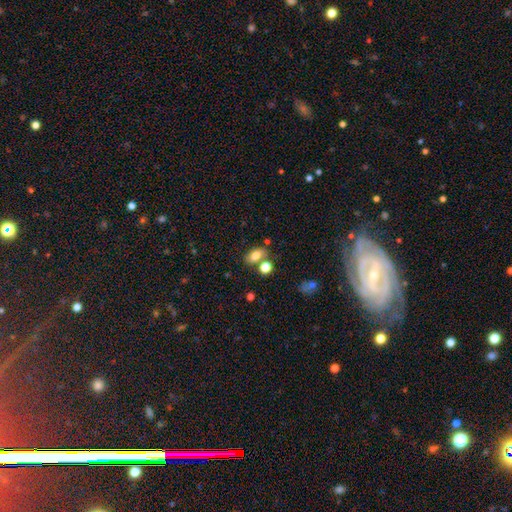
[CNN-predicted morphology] This is likely a smooth galaxy (77%). How rounded: clearly in between (84%). Merging: likely none (61%).